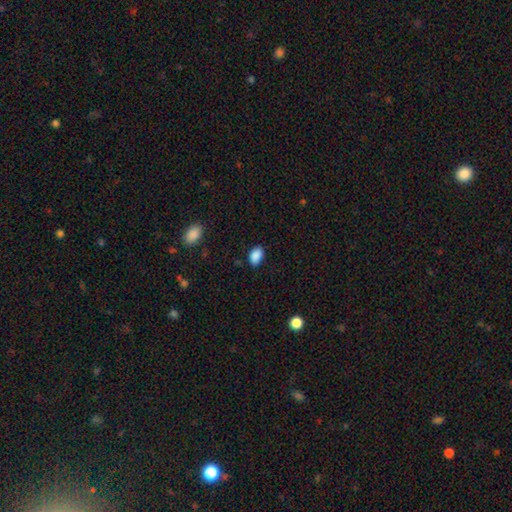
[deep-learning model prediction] Smooth or featured? Predicted: smooth (p=0.88). How rounded? Predicted: in between (p=0.88). Merging? Predicted: none (p=0.79).